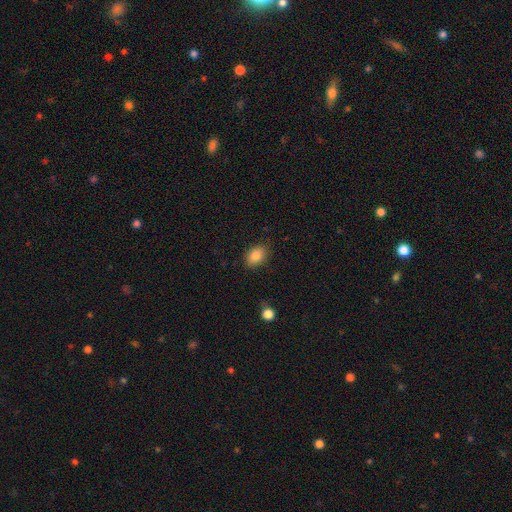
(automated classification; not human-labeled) A smooth galaxy with no disk features (87%) that is in between round and cigar-shaped (83%).

Vote fractions:
- Smooth or featured? smooth: 87% / star or artifact: 8% / featured or disk: 5%
- How rounded? in between: 83% / round: 16% / cigar-shaped: 1%
- Merging? none: 83% / minor disturbance: 13% / major disturbance: 3% / merger: 1%